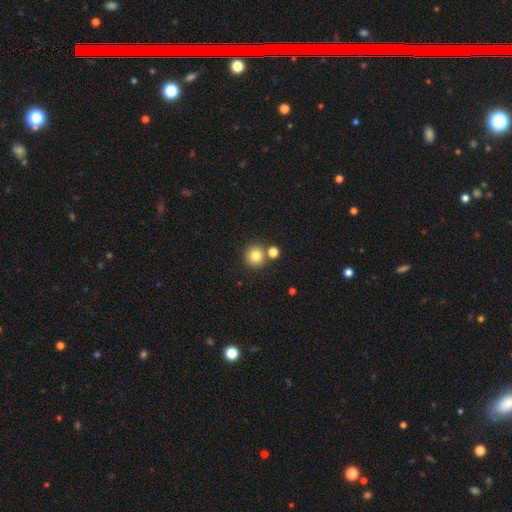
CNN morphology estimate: This is likely a smooth galaxy (80%). How rounded: clearly round (93%). Merging: likely none (73%).